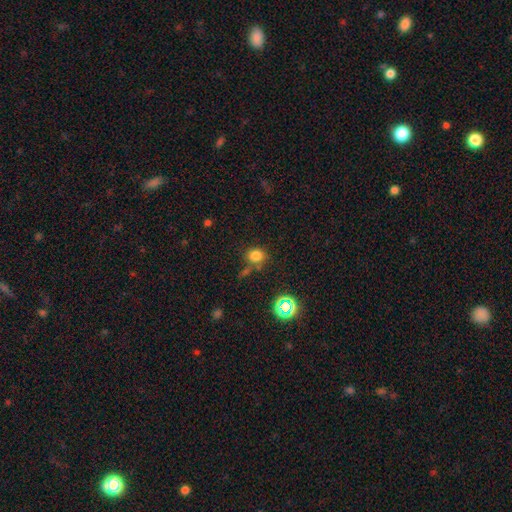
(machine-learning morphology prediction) smooth_or_featured: smooth (p=0.77) [alt: star or artifact p=0.17]
how_rounded: round (p=0.72) [alt: in between p=0.27]
merging: none (p=0.70) [alt: minor disturbance p=0.14]